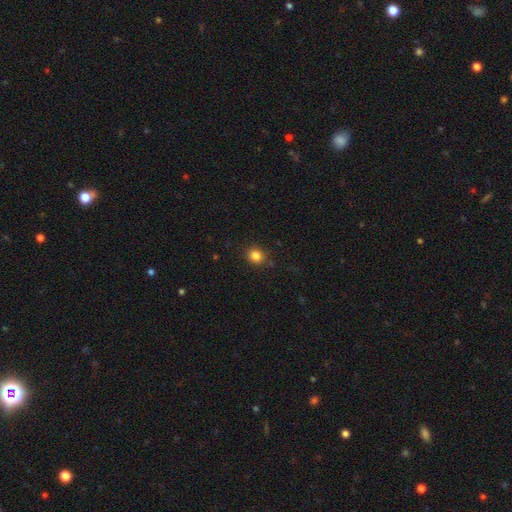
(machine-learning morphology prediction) smooth-or-featured: smooth: 84% | star or artifact: 12% | featured or disk: 4%
  how-rounded: round: 78% | in between: 21% | cigar-shaped: 1%
  merging: none: 87% | minor disturbance: 9% | major disturbance: 2% | merger: 2%